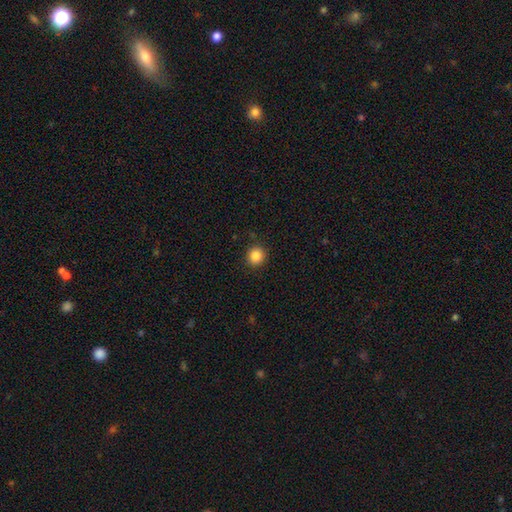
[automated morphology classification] Smooth or featured?
  - smooth: 86% *
  - star or artifact: 10%
  - featured or disk: 4%
How rounded?
  - round: 89% *
  - in between: 11%
  - cigar-shaped: 1%
Merging?
  - none: 90% *
  - minor disturbance: 7%
  - major disturbance: 2%
  - merger: 1%